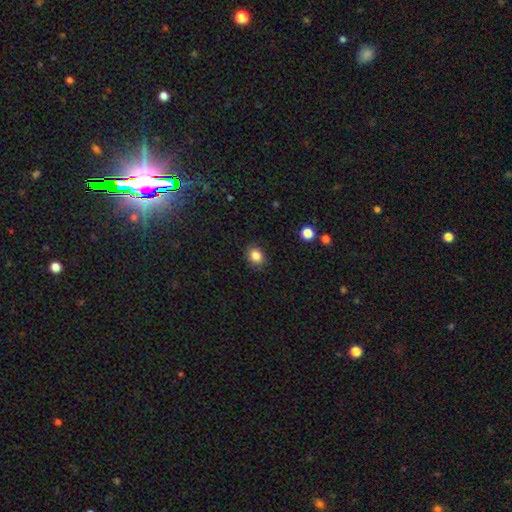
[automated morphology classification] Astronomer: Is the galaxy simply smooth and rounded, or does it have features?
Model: smooth — 85%.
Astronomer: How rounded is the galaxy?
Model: round — 58% (runner-up: in between, 41%).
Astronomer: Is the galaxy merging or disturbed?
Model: none — 86%.